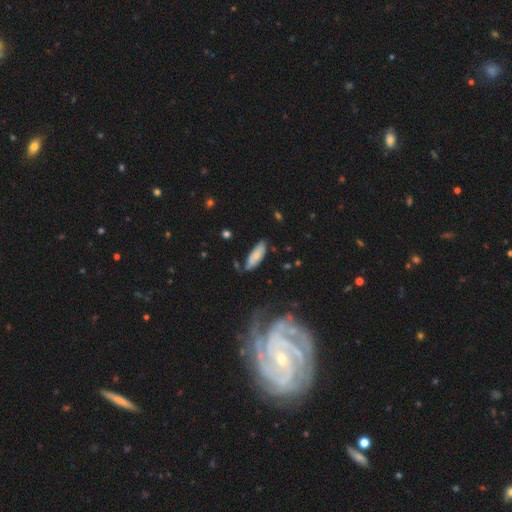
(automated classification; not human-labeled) Smooth or featured: smooth — 67% (featured or disk — 26%)
How rounded: in between — 69% (cigar-shaped — 29%)
Merging: none — 63% (minor disturbance — 26%)